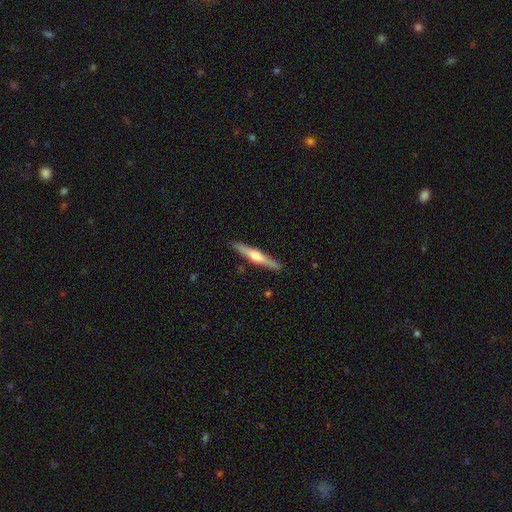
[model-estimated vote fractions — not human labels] A featured or disk galaxy (60%) viewed edge-on (97%) with a rounded central bulge (86%). Merging: none (90%).